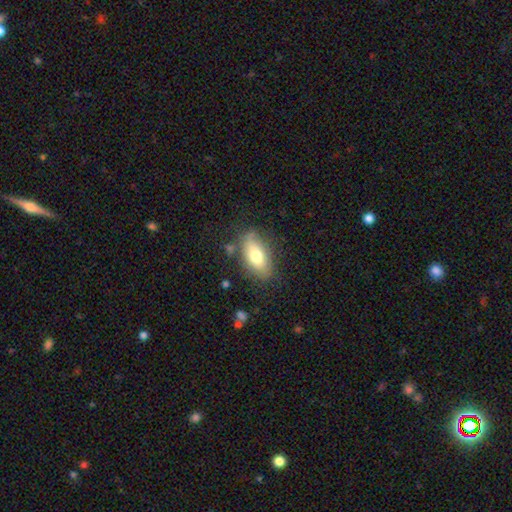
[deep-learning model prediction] smooth-or-featured: smooth: 72% | featured or disk: 21% | star or artifact: 7%
  how-rounded: in between: 87% | cigar-shaped: 9% | round: 5%
  merging: none: 78% | minor disturbance: 15% | major disturbance: 4% | merger: 3%